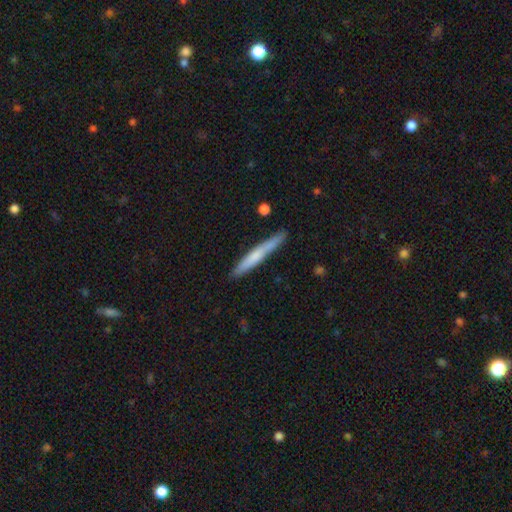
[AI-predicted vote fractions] Smooth or featured? smooth (60%)
How rounded? cigar-shaped (96%)
Merging? none (84%)